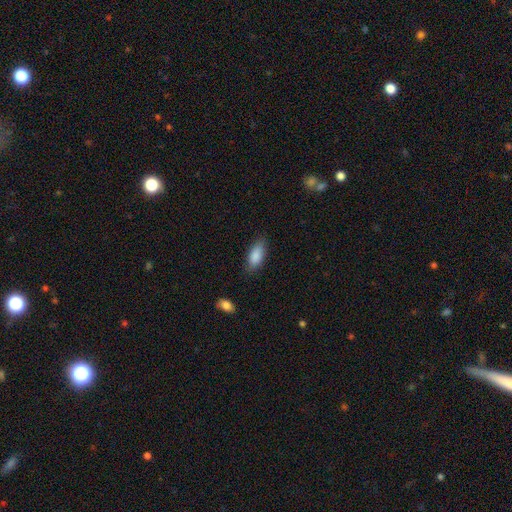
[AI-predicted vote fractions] smooth_or_featured: smooth (p=0.87) [alt: featured or disk p=0.07]
how_rounded: in between (p=0.83) [alt: cigar-shaped p=0.15]
merging: none (p=0.81) [alt: minor disturbance p=0.14]